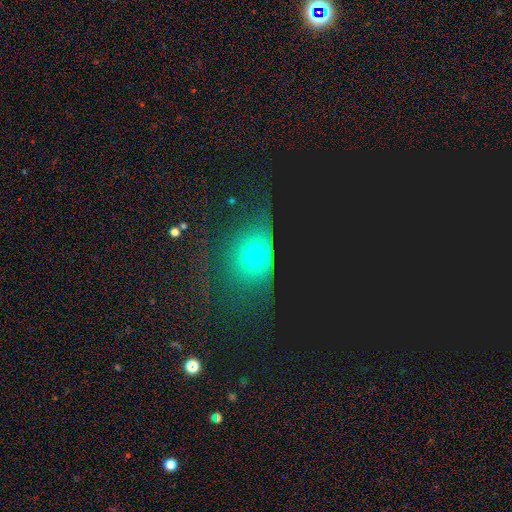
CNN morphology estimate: Smooth or featured? Predicted: smooth (p=0.49). Merging? Predicted: none (p=0.38).